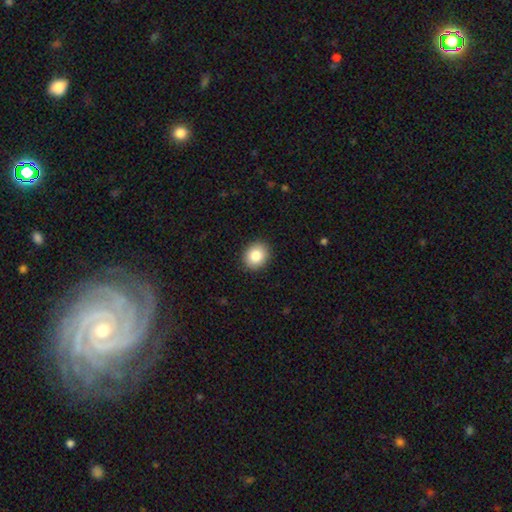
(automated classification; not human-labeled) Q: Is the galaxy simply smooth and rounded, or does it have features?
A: smooth — 84%.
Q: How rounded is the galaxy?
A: round — 64%.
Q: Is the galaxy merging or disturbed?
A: none — 91%.